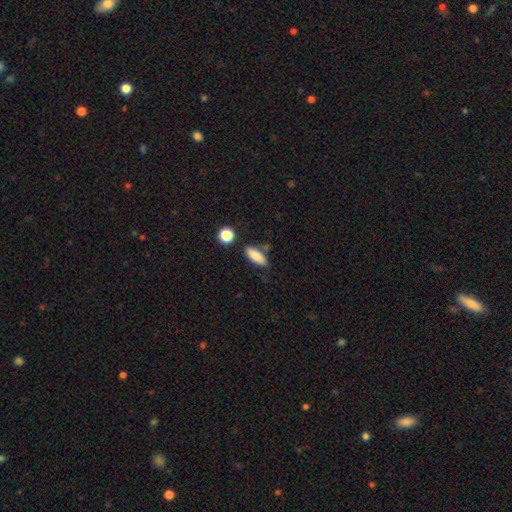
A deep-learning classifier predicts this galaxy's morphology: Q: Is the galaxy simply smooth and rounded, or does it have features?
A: smooth — 85%.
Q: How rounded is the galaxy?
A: in between — 74%.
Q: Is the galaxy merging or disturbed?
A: none — 75%.